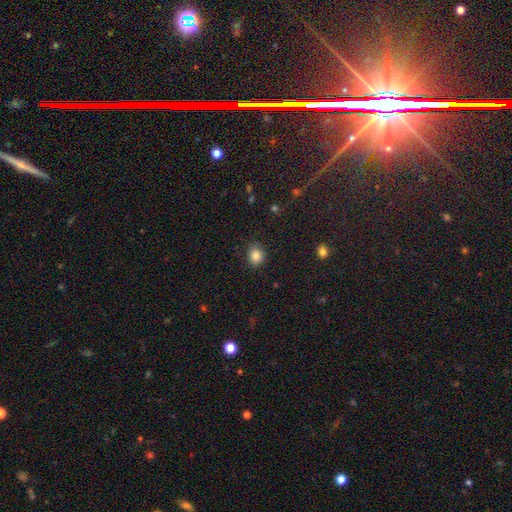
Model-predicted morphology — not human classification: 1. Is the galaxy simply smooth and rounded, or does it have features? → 85% smooth, 10% star or artifact, 5% featured or disk.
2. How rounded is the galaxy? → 66% round, 33% in between, 1% cigar-shaped.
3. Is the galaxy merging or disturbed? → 85% none, 11% minor disturbance, 3% major disturbance, 1% merger.